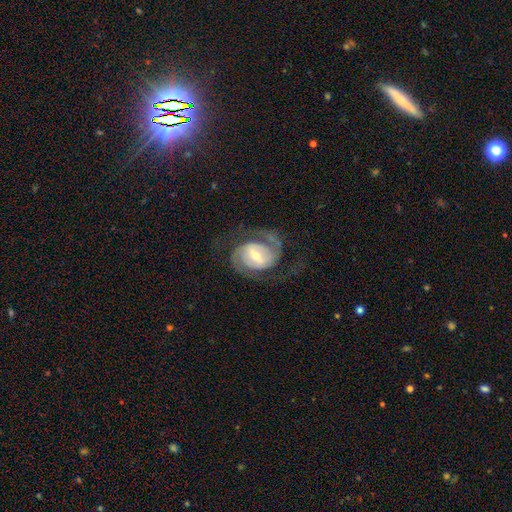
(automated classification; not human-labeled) Overall: featured or disk (87%). Edge-on disk: no (98%). Bar: weak (47%; strong 34%). Spiral arms: yes (96%). Spiral arm count: 2 (89%). Spiral winding: medium (52%; tight 26%). Bulge size: moderate (47%, tied with small). Merging: none (69%).